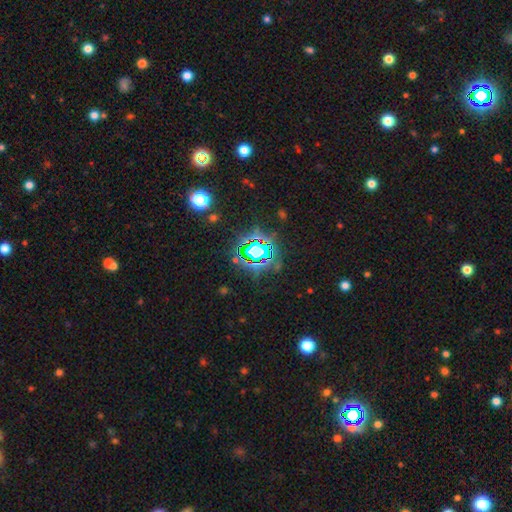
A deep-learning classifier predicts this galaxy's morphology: smooth_or_featured: star or artifact (p=0.74) [alt: smooth p=0.15]